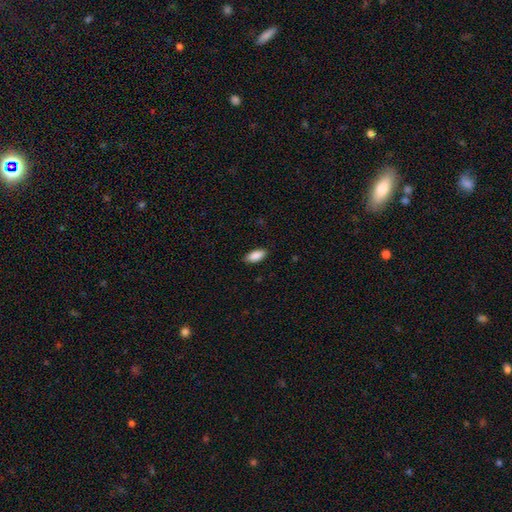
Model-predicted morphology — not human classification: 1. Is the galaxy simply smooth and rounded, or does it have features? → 89% smooth, 6% star or artifact, 5% featured or disk.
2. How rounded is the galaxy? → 88% in between, 10% cigar-shaped, 2% round.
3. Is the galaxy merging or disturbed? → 87% none, 10% minor disturbance, 2% major disturbance, 1% merger.